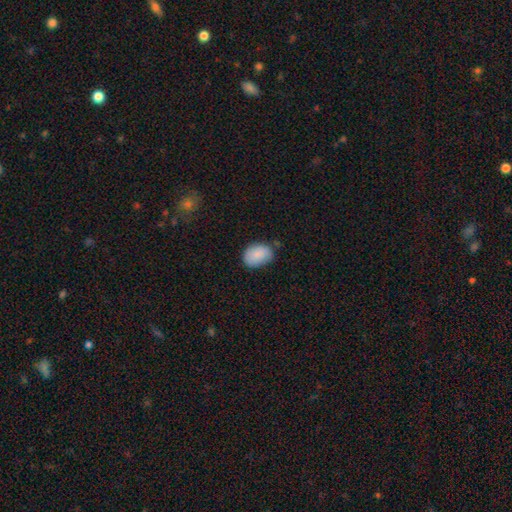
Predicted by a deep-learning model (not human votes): Smooth or featured: smooth — 88% (star or artifact — 7%)
How rounded: in between — 81% (round — 18%)
Merging: none — 67% (minor disturbance — 26%)